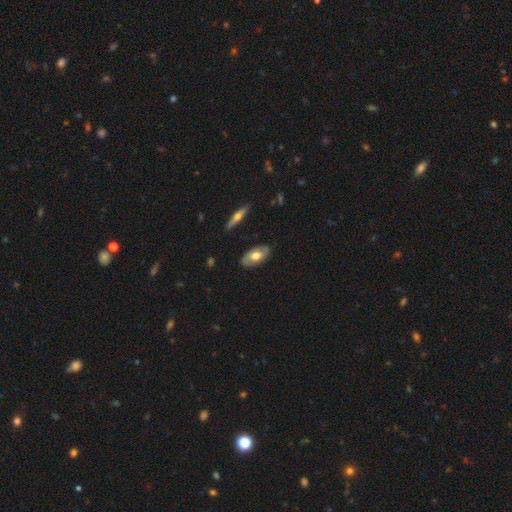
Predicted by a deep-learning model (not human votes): The model was most divided on "smooth or featured": smooth: 53%, featured or disk: 42%, star or artifact: 6%. More confident: how rounded — in between (91%); merging — none (84%).